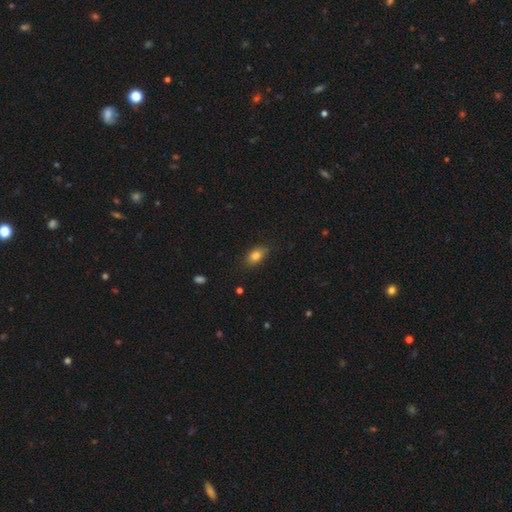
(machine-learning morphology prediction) This appears to be a smooth galaxy with no disk features (82%) that is in between round and cigar-shaped (84%). Merging: none (80%).